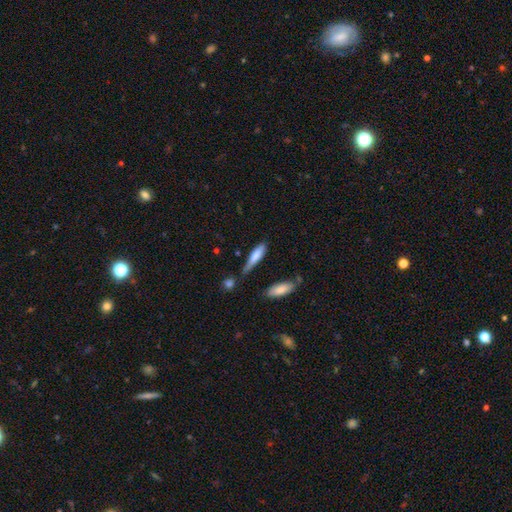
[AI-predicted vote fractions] smooth_or_featured: smooth (p=0.74) [alt: featured or disk p=0.20]
how_rounded: cigar-shaped (p=0.68) [alt: in between p=0.31]
merging: none (p=0.55) [alt: minor disturbance p=0.31]